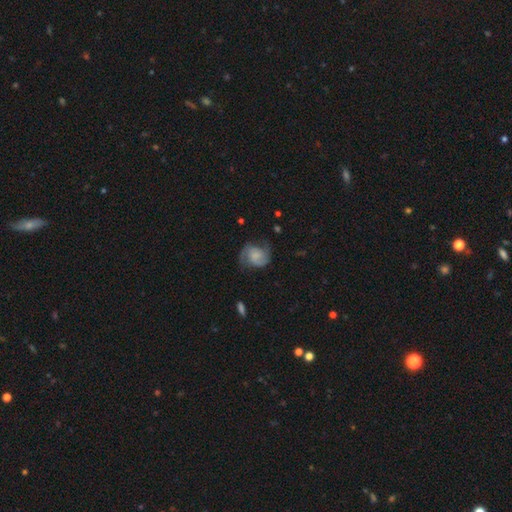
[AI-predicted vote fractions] The model was most divided on "bulge size": small: 35%, none: 34%, moderate: 21%, large: 8%, dominant: 2%. Remaining: edge-on disk — no (98%); spiral arms — yes (94%); spiral arm count — 2 (87%); smooth or featured — featured or disk (71%); merging — none (65%); bar — no (62%); spiral winding — medium (48%).